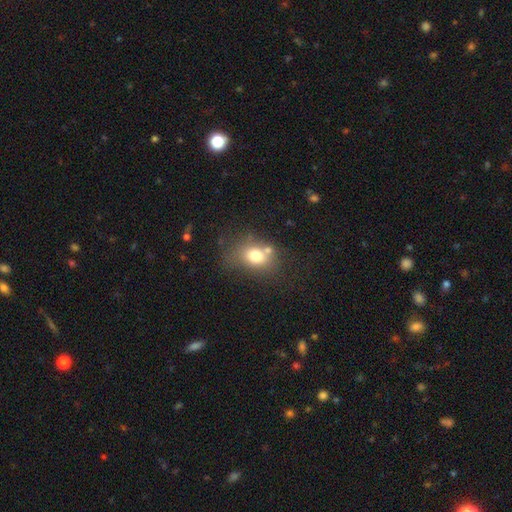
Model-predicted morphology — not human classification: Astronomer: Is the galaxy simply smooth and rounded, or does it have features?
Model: smooth — 73%.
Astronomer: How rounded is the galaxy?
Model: in between — 53% (runner-up: round, 46%).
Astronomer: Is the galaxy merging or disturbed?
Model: none — 56%.